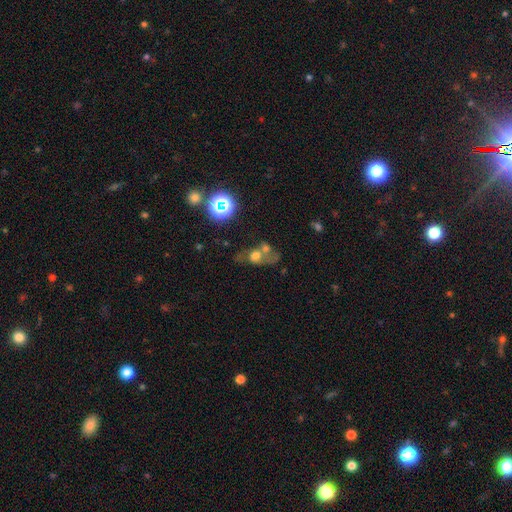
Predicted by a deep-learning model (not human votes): Smooth or featured: smooth — 53% (featured or disk — 27%)
How rounded: round — 55% (in between — 41%)
Merging: merger — 53% (none — 25%)